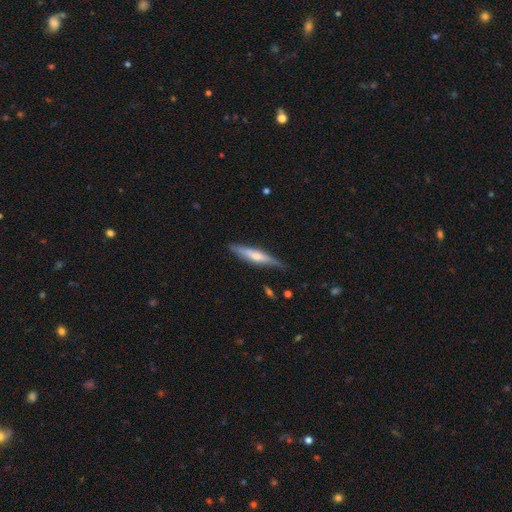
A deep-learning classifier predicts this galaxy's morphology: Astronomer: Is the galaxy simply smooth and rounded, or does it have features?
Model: smooth — 49% (runner-up: featured or disk, 46%).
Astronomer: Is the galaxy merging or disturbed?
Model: none — 77%.